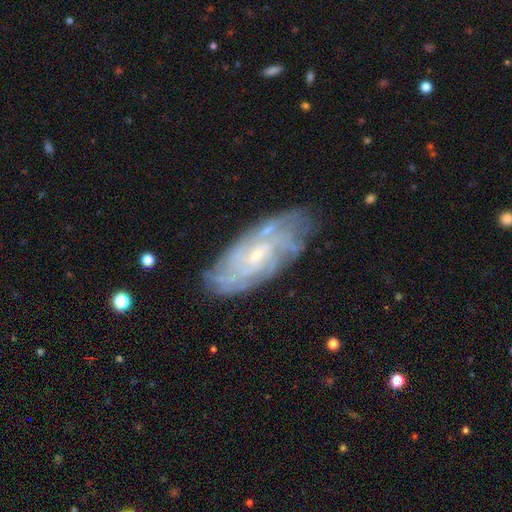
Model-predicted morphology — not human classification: The model was most divided on "bar": no: 57%, weak: 36%, strong: 7%. Remaining: spiral arms — yes (91%); edge-on disk — no (91%); smooth or featured — featured or disk (81%); merging — none (79%); bulge size — small (75%); spiral winding — tight (69%); spiral arm count — can't tell (50%).